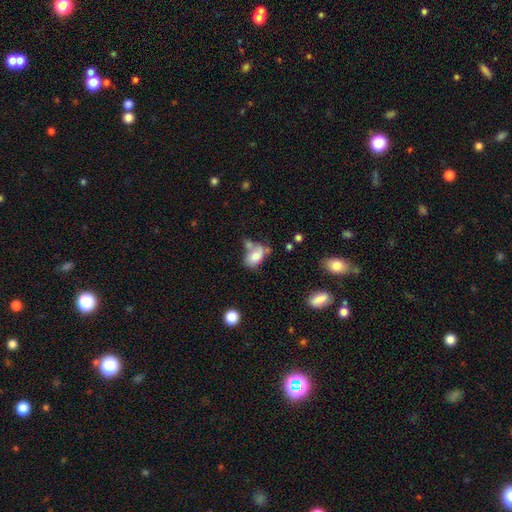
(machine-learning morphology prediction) Smooth or featured? smooth (72%)
How rounded? in between (83%)
Merging? merger (33%)